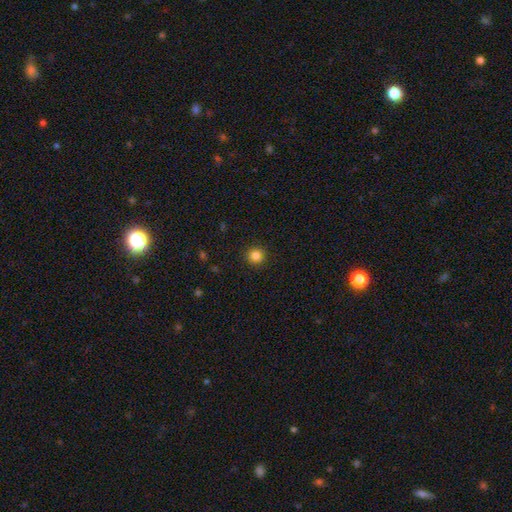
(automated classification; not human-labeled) smooth 84%, star or artifact 12%, featured or disk 4%. Down the decision tree: how rounded — round (94%); merging — none (92%).